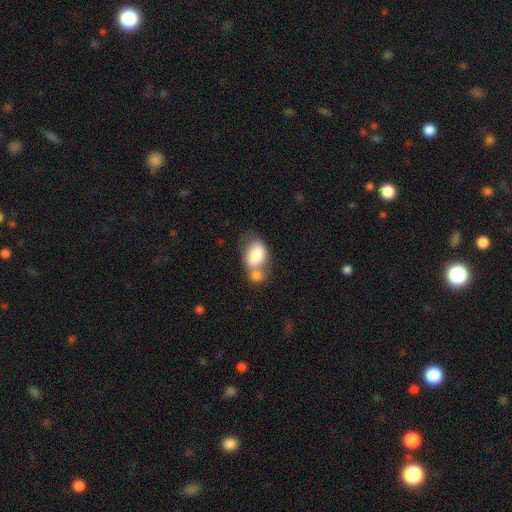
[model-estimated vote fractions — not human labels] smooth_or_featured: smooth (p=0.80) [alt: featured or disk p=0.14]
how_rounded: in between (p=0.80) [alt: round p=0.18]
merging: merger (p=0.53) [alt: none p=0.27]